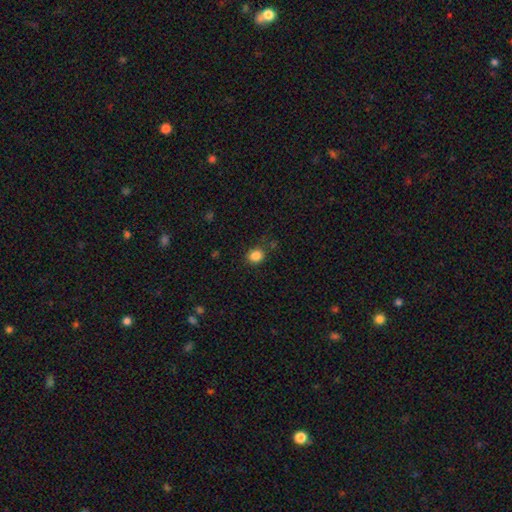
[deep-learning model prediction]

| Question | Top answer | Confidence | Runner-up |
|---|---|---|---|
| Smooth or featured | smooth | 85% | star or artifact (11%) |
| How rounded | round | 71% | in between (28%) |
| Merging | none | 81% | minor disturbance (13%) |